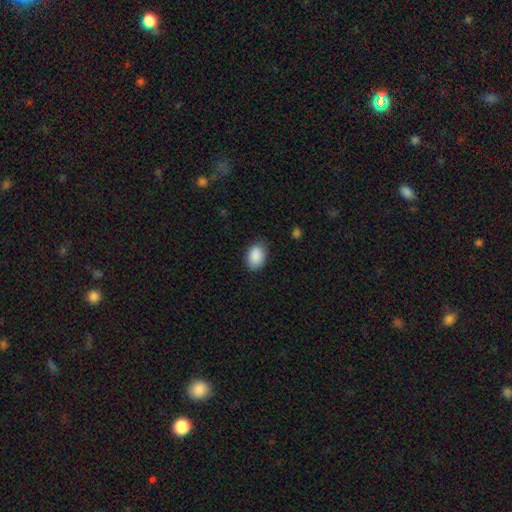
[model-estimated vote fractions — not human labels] smooth_or_featured: smooth (p=0.90) [alt: star or artifact p=0.07]
how_rounded: in between (p=0.83) [alt: round p=0.15]
merging: none (p=0.83) [alt: minor disturbance p=0.13]